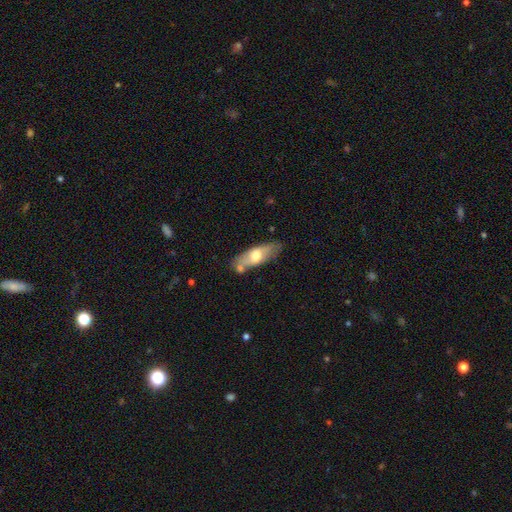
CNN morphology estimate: This appears to be a smooth galaxy with no disk features (54%) that is in between round and cigar-shaped (63%). Merging: none (66%).